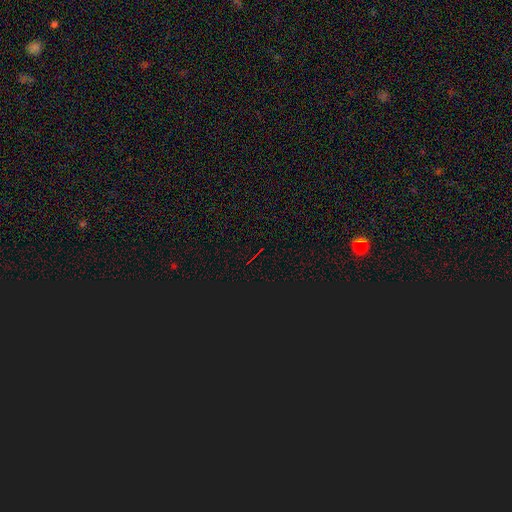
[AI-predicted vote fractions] star or artifact 81%, smooth 11%, featured or disk 8%.